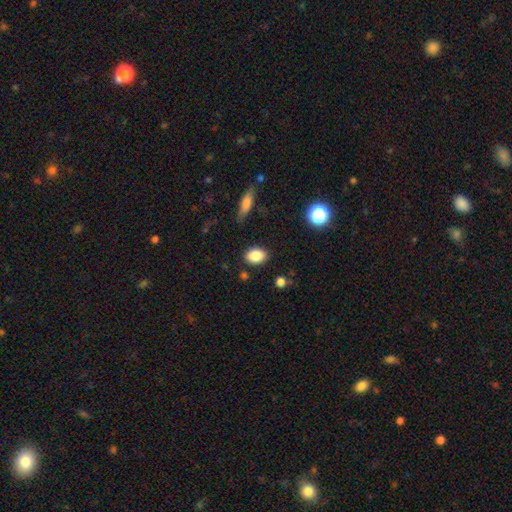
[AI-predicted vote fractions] Smooth or featured?
  - smooth: 85% *
  - star or artifact: 9%
  - featured or disk: 6%
How rounded?
  - in between: 76% *
  - round: 23%
  - cigar-shaped: 2%
Merging?
  - none: 85% *
  - minor disturbance: 10%
  - major disturbance: 3%
  - merger: 2%